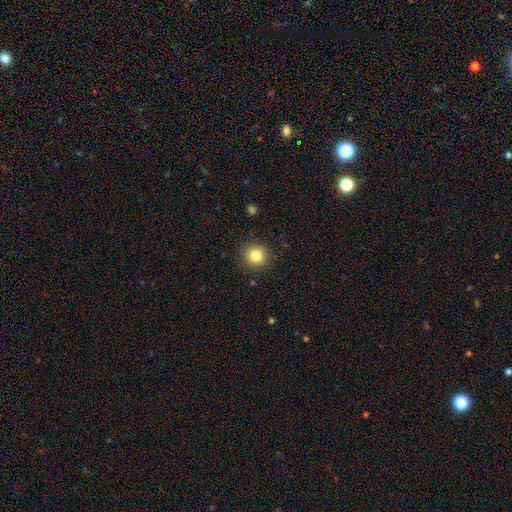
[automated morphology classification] A smooth galaxy with no disk features (84%) that is round (92%). Merging: none (90%).